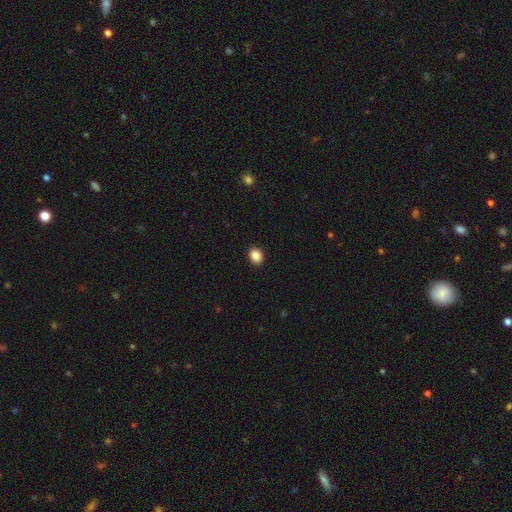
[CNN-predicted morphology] smooth_or_featured: smooth (p=0.87) [alt: star or artifact p=0.09]
how_rounded: round (p=0.52) [alt: in between p=0.47]
merging: none (p=0.92) [alt: minor disturbance p=0.06]